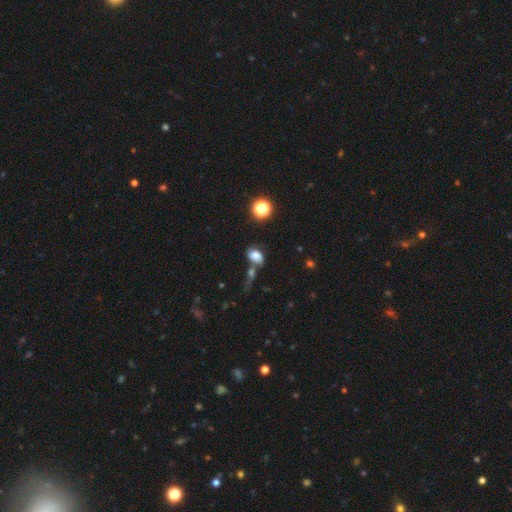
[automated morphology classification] smooth-or-featured: smooth: 73% | star or artifact: 14% | featured or disk: 13%
  how-rounded: in between: 80% | round: 18% | cigar-shaped: 2%
  merging: none: 43% | merger: 30% | minor disturbance: 17% | major disturbance: 10%